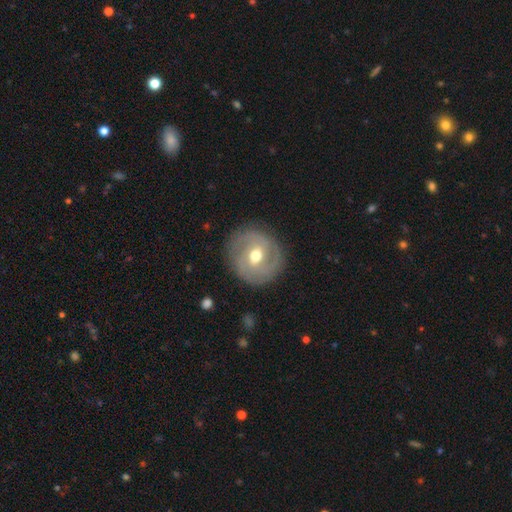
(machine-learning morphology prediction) featured or disk 68%, smooth 26%, star or artifact 6%. Down the decision tree: edge-on disk — no (96%); bar — weak (51%); spiral arms — yes (75%); bulge size — moderate (77%); merging — none (83%).